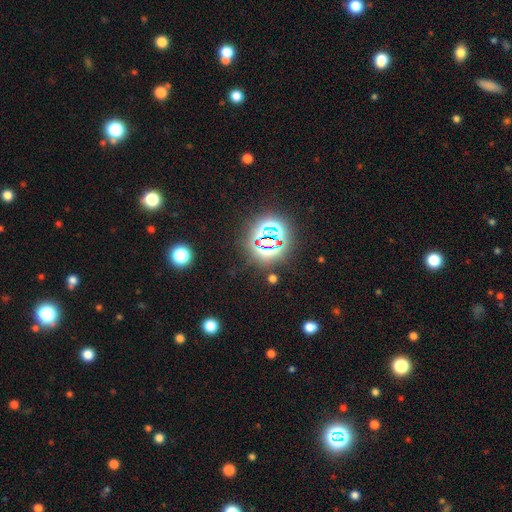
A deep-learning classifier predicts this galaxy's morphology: Smooth or featured? star or artifact (78%)